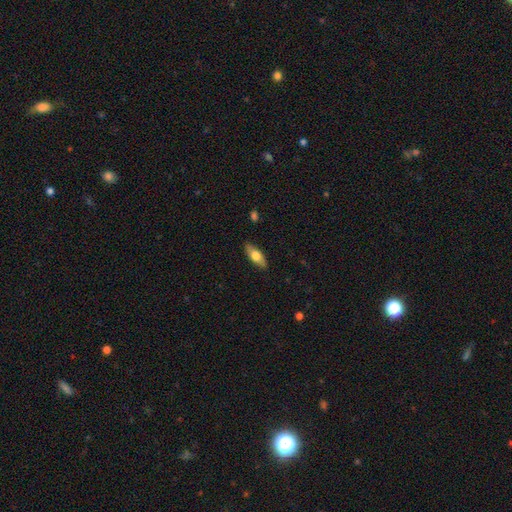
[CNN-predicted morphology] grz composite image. It shows a smooth galaxy with no disk features (67%) that is in between round and cigar-shaped (74%). Merging: none (87%).